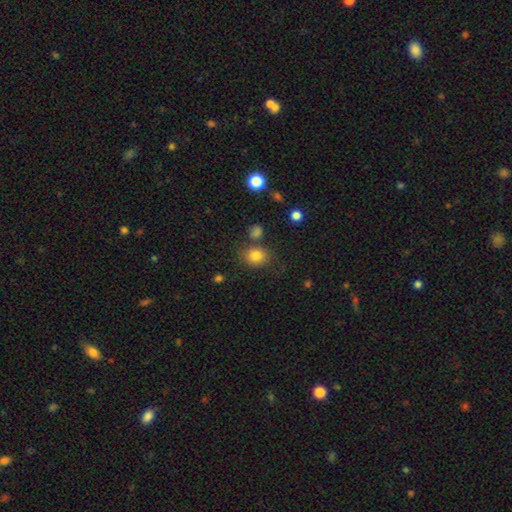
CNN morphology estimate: smooth_or_featured: smooth (p=0.81) [alt: star or artifact p=0.12]
how_rounded: round (p=0.58) [alt: in between p=0.41]
merging: none (p=0.73) [alt: minor disturbance p=0.13]